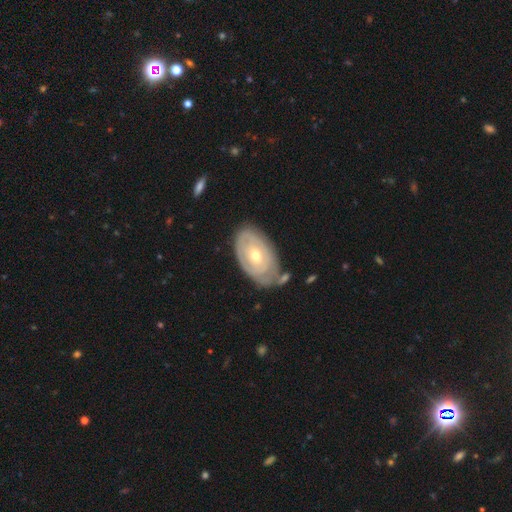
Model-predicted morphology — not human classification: type=featured or disk (66%); edge-on=no (93%); bar=no (78%); spiral arms=yes (58%); bulge=moderate (58%); merging=none (61%).